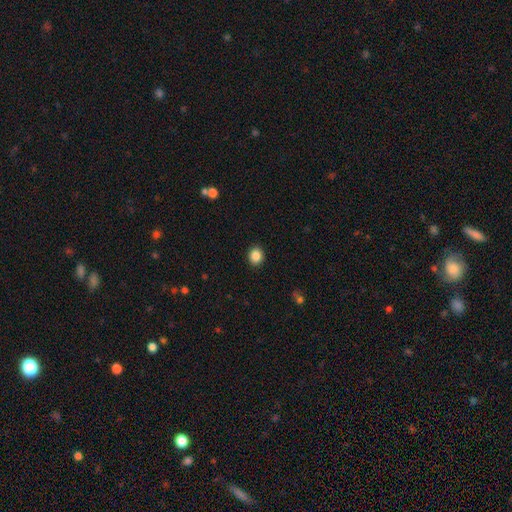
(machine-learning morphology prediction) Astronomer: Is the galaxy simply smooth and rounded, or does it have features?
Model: smooth — 87%.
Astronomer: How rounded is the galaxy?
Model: round — 74%.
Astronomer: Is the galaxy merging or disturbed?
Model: none — 92%.